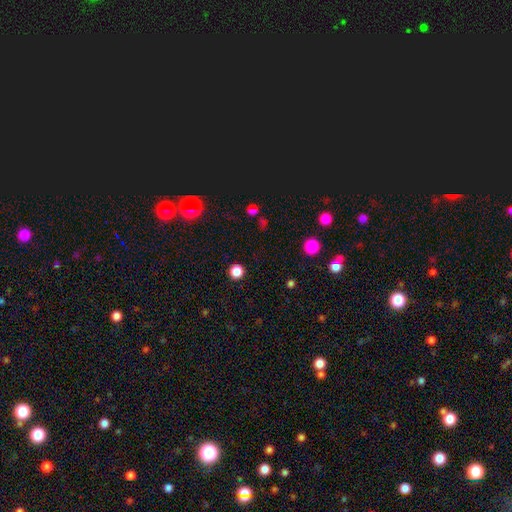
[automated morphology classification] This appears to be a smooth galaxy with no disk features (61%) that is round (89%). Merging: none (88%).